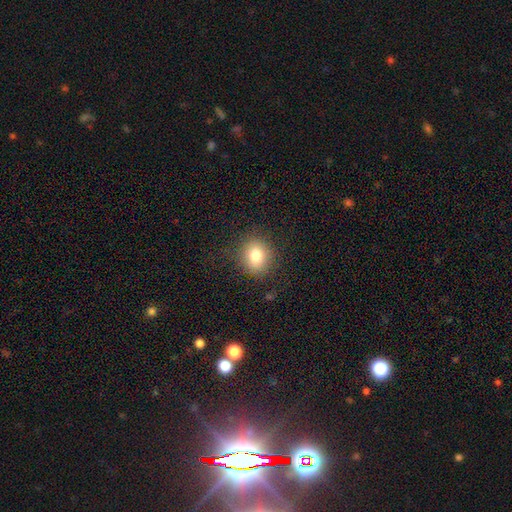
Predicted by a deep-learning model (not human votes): This appears to be a smooth galaxy with no disk features (80%) that is round (73%). Merging: none (86%).